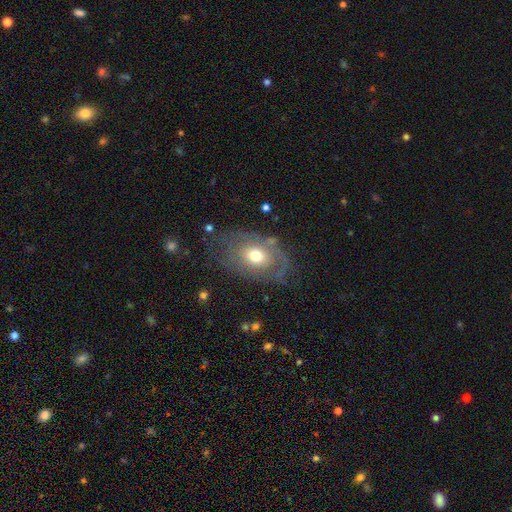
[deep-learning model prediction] smooth-or-featured: featured or disk: 46% | smooth: 45% | star or artifact: 9%
  merging: none: 60% | minor disturbance: 22% | major disturbance: 15% | merger: 3%